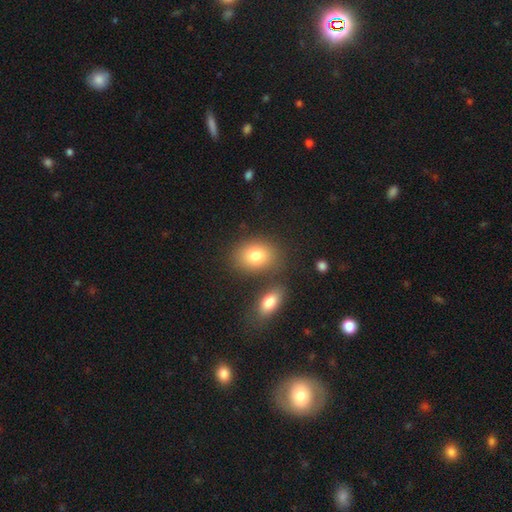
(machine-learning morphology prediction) smooth_or_featured: smooth (p=0.80) [alt: featured or disk p=0.10]
how_rounded: in between (p=0.66) [alt: round p=0.33]
merging: none (p=0.70) [alt: merger p=0.15]